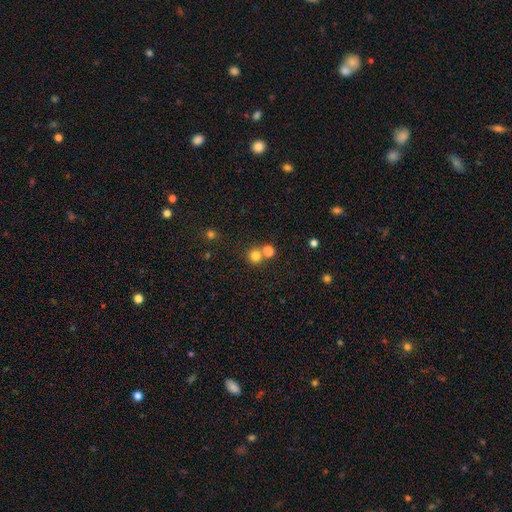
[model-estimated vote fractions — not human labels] Smooth or featured? smooth (77%)
How rounded? round (91%)
Merging? none (61%)